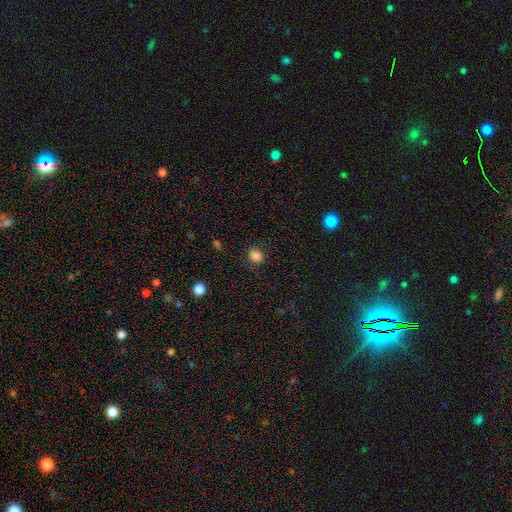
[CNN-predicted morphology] Smooth or featured?
  - smooth: 83% *
  - star or artifact: 11%
  - featured or disk: 6%
How rounded?
  - round: 56% *
  - in between: 43%
  - cigar-shaped: 1%
Merging?
  - none: 76% *
  - minor disturbance: 17%
  - major disturbance: 5%
  - merger: 1%